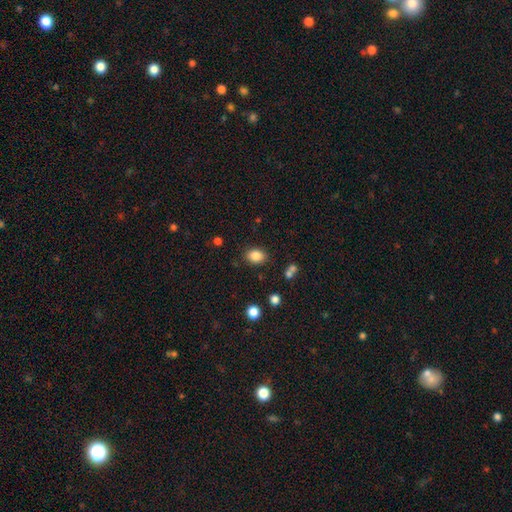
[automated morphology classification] Smooth or featured? smooth (85%)
How rounded? in between (70%)
Merging? none (84%)